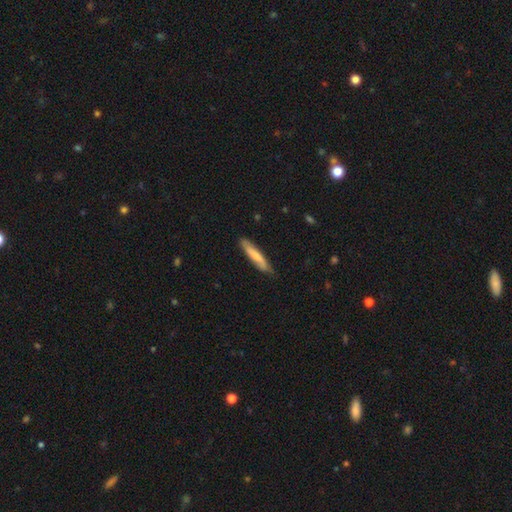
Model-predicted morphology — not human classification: This appears to be a smooth galaxy with no disk features (68%) that is cigar-shaped (88%). Merging: none (78%).